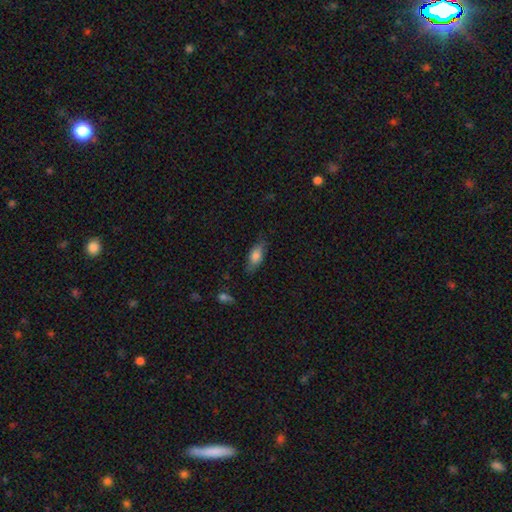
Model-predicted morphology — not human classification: This appears to be a smooth galaxy with no disk features (76%) that is in between round and cigar-shaped (77%). Merging: none (74%).